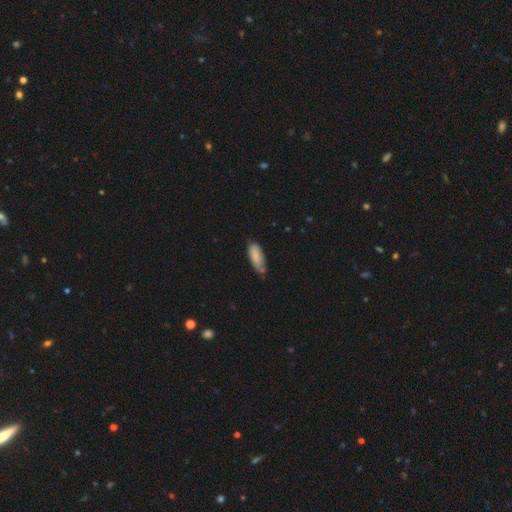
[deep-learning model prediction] A smooth galaxy with no disk features (84%) that is in between round and cigar-shaped (71%).

Vote fractions:
- Smooth or featured? smooth: 84% / featured or disk: 10% / star or artifact: 7%
- How rounded? in between: 71% / cigar-shaped: 27% / round: 2%
- Merging? none: 55% / minor disturbance: 33% / major disturbance: 6% / merger: 5%